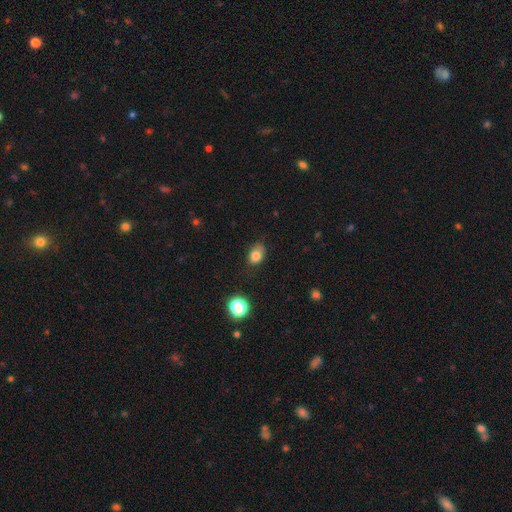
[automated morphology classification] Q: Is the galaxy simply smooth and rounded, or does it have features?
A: smooth — 81%.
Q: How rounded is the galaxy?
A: in between — 70%.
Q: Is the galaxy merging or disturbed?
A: none — 60%.